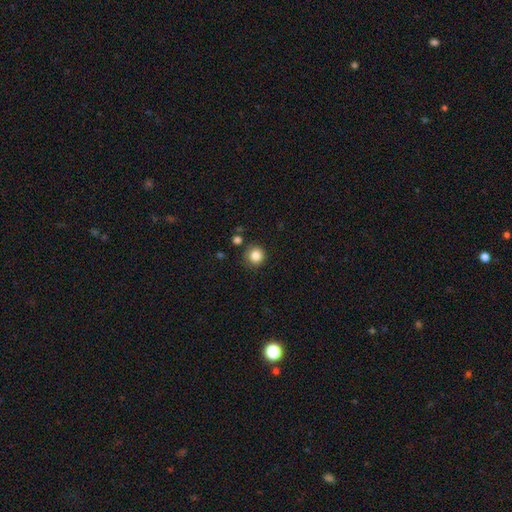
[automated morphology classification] This appears to be a smooth galaxy with no disk features (85%) that is round (93%). Merging: none (86%).